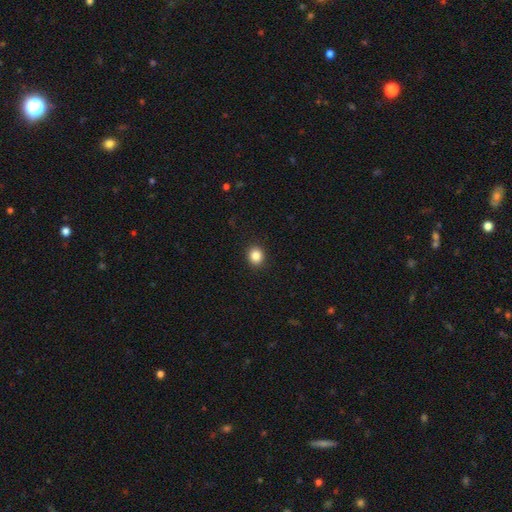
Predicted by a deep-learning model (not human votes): The model was most divided on "how rounded": round: 79%, in between: 20%, cigar-shaped: 1%. More confident: merging — none (92%); smooth or featured — smooth (86%).